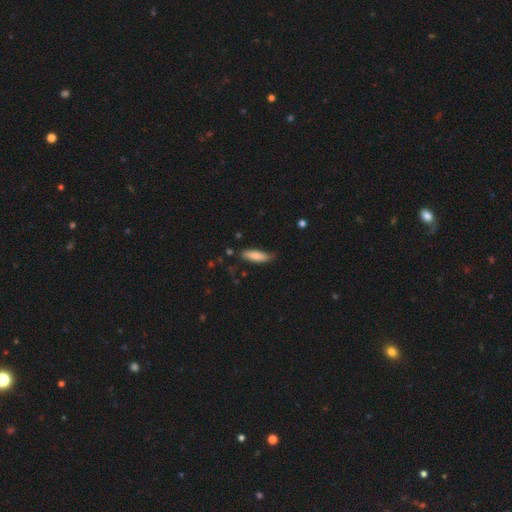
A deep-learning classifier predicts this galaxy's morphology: smooth-or-featured: smooth: 81% | featured or disk: 13% | star or artifact: 6%
  how-rounded: cigar-shaped: 52% | in between: 47% | round: 2%
  merging: none: 70% | minor disturbance: 24% | major disturbance: 4% | merger: 2%